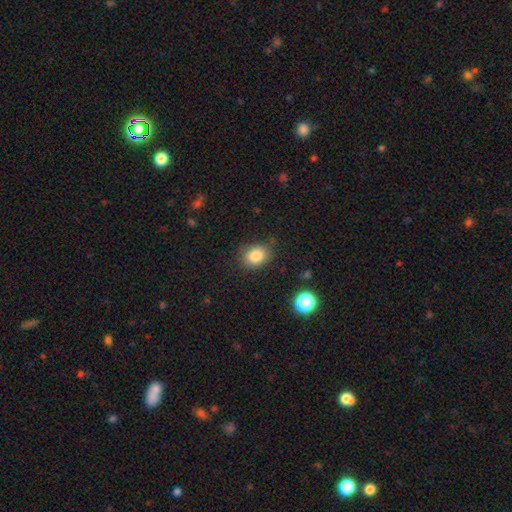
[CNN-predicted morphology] This appears to be a smooth galaxy with no disk features (83%) that is in between round and cigar-shaped (52%). Merging: none (79%).